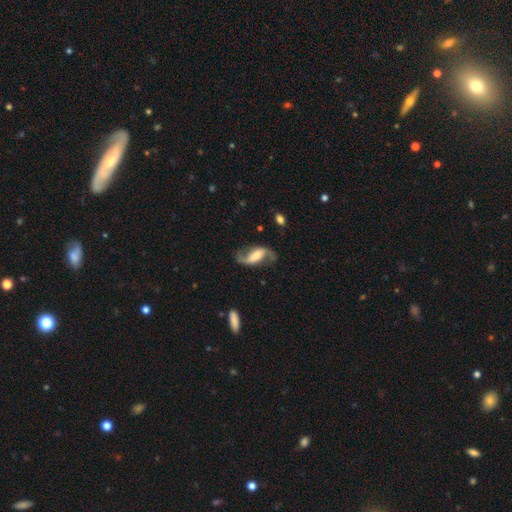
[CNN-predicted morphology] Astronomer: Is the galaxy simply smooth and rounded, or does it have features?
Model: featured or disk — 84%.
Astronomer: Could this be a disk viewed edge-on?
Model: no — 95%.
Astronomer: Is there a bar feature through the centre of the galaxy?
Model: weak — 39% (runner-up: strong, 37%).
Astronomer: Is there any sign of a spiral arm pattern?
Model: yes — 95%.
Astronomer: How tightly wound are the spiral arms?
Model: loose — 69%.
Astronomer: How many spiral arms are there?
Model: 2 — 92%.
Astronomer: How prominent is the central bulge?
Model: moderate — 34% (runner-up: large, 25%).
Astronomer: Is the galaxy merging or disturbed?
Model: none — 74%.